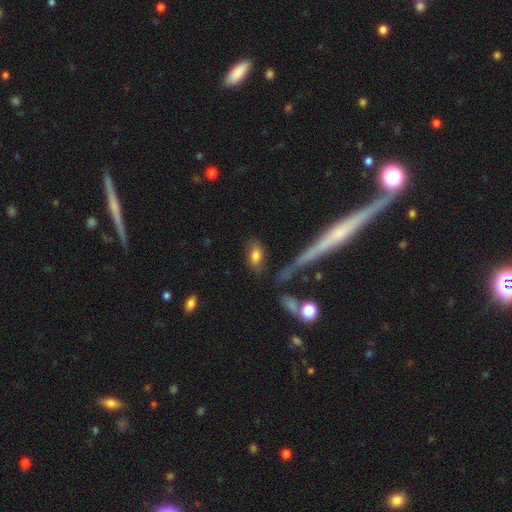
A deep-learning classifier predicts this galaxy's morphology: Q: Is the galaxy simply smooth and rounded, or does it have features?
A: smooth — 77%.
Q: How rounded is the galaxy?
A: in between — 85%.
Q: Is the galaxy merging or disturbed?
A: none — 75%.